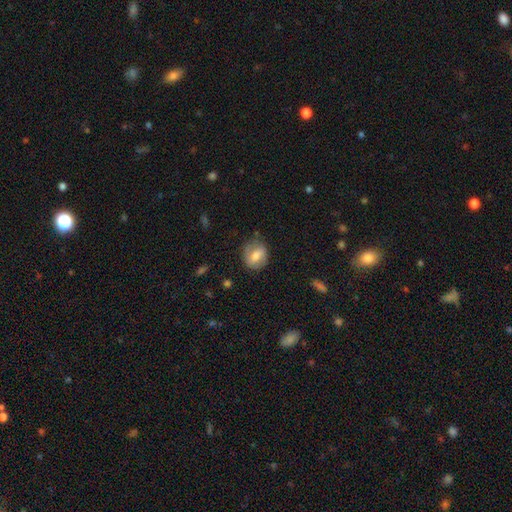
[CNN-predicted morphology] smooth 66%, featured or disk 27%, star or artifact 7%. Down the decision tree: how rounded — in between (49%, tied with round); merging — none (74%).